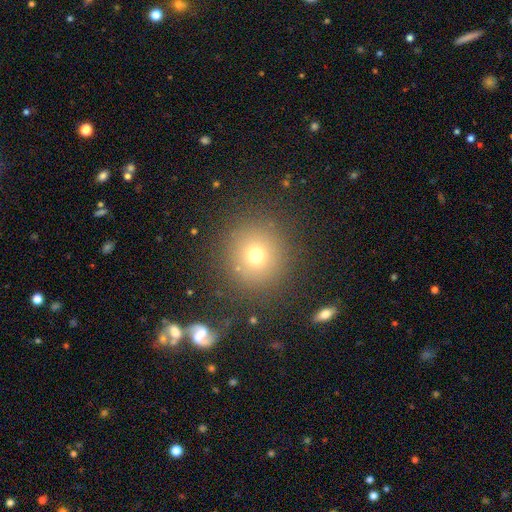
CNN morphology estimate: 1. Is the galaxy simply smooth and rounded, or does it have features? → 70% smooth, 18% star or artifact, 12% featured or disk.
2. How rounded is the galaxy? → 92% round, 7% in between, 1% cigar-shaped.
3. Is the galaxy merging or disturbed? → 85% none, 8% minor disturbance, 4% major disturbance, 3% merger.